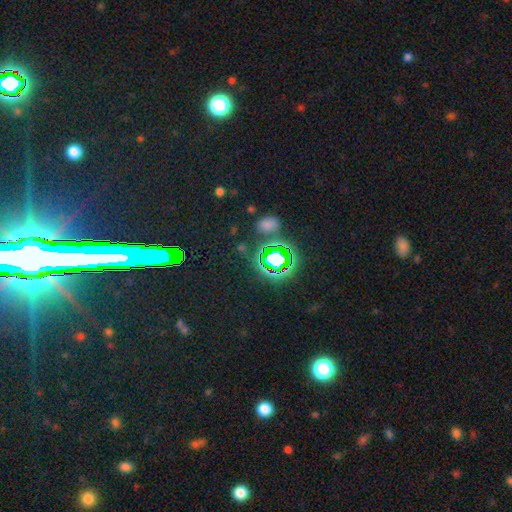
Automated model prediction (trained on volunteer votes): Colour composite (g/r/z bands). It shows a star or artifact, not a galaxy (74%).